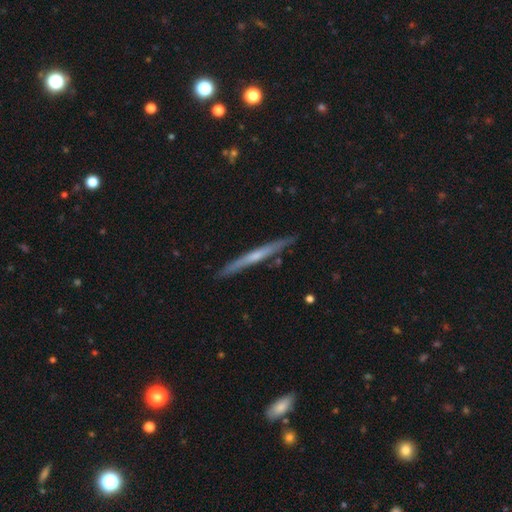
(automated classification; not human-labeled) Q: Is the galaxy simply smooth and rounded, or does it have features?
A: featured or disk — 60%.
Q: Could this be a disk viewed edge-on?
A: yes — 97%.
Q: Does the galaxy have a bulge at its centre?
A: none — 59%.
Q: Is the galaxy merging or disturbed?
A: none — 88%.